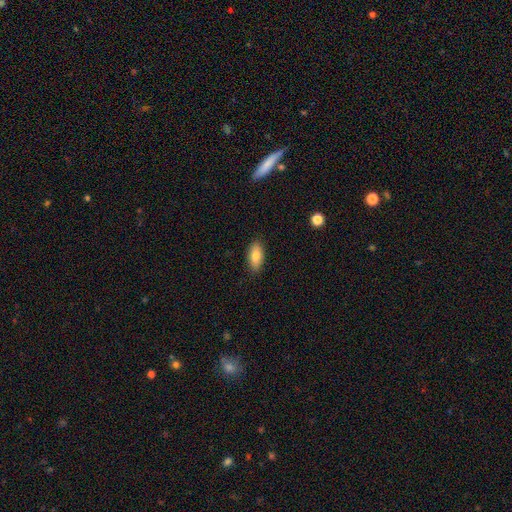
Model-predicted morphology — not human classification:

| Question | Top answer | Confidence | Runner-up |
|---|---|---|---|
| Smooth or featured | smooth | 80% | featured or disk (13%) |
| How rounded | in between | 88% | cigar-shaped (8%) |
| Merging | none | 88% | minor disturbance (9%) |